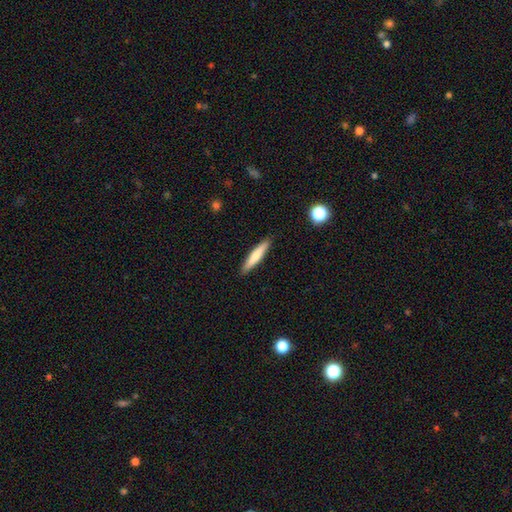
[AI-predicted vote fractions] A smooth galaxy with no disk features (72%) that is cigar-shaped (90%).

Vote fractions:
- Smooth or featured? smooth: 72% / featured or disk: 23% / star or artifact: 6%
- How rounded? cigar-shaped: 90% / in between: 8% / round: 1%
- Merging? none: 90% / minor disturbance: 8% / major disturbance: 2% / merger: 1%